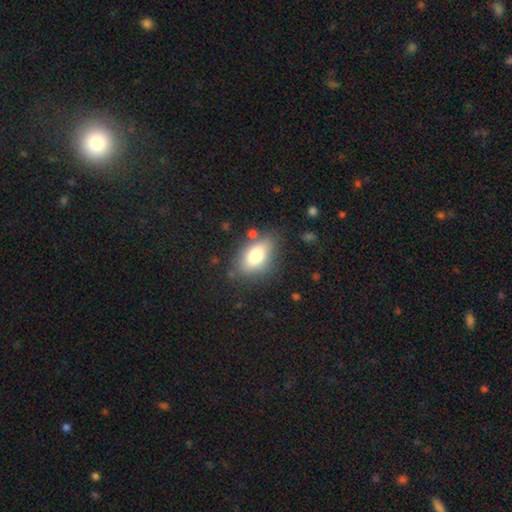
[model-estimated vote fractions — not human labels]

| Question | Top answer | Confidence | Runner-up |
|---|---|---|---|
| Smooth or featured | smooth | 79% | featured or disk (13%) |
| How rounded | in between | 88% | round (7%) |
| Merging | none | 74% | minor disturbance (16%) |